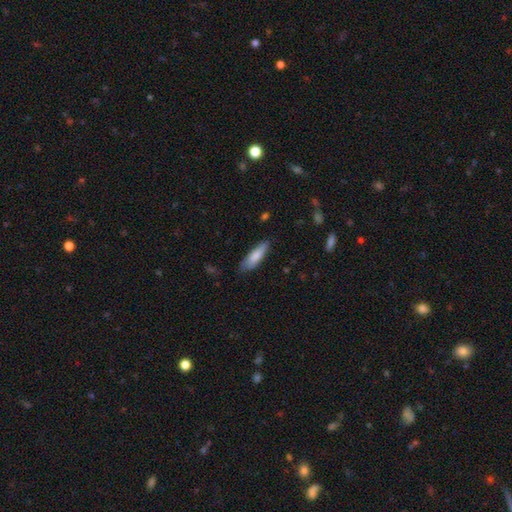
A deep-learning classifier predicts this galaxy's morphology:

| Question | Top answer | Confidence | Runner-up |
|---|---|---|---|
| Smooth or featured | smooth | 80% | featured or disk (14%) |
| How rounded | cigar-shaped | 57% | in between (42%) |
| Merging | none | 75% | minor disturbance (20%) |